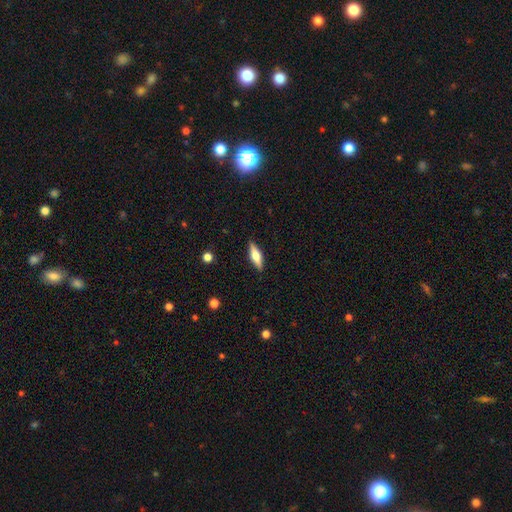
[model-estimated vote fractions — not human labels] This appears to be a smooth galaxy with no disk features (48%). Merging: none (89%).